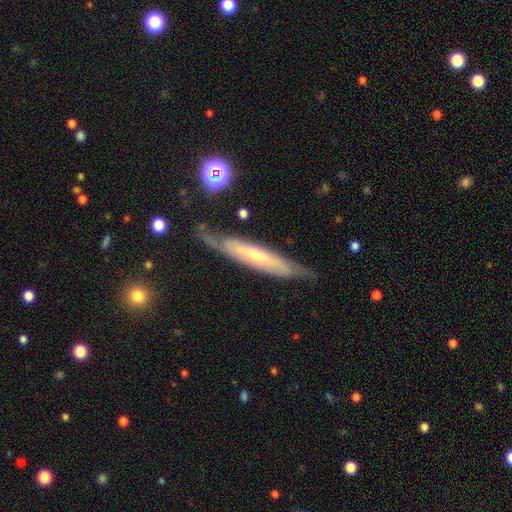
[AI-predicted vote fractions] Smooth or featured? featured or disk (71%)
Edge-on disk? yes (61%)
Merging? none (69%)